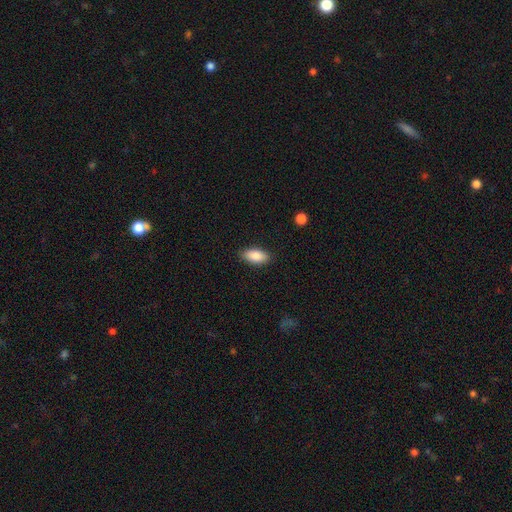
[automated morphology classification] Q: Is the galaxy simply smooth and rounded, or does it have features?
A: smooth — 86%.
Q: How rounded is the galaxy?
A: in between — 90%.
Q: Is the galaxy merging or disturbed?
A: none — 87%.